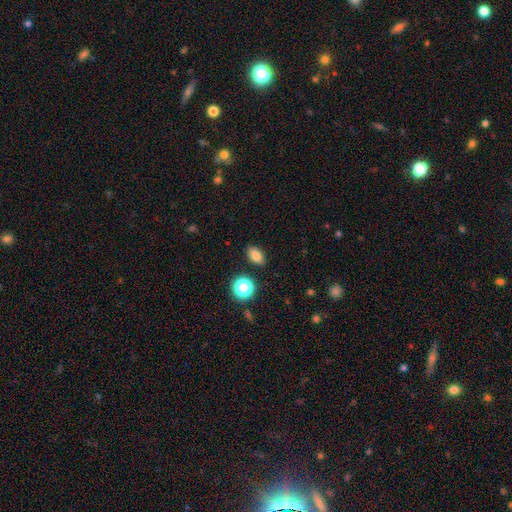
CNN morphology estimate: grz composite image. It shows a smooth galaxy with no disk features (80%) that is in between round and cigar-shaped (82%). Merging: none (86%).